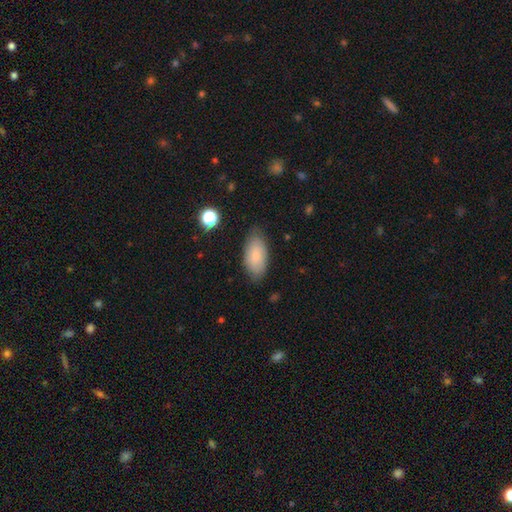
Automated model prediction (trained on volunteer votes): Smooth or featured? Predicted: smooth (p=0.80). How rounded? Predicted: in between (p=0.93). Merging? Predicted: none (p=0.79).